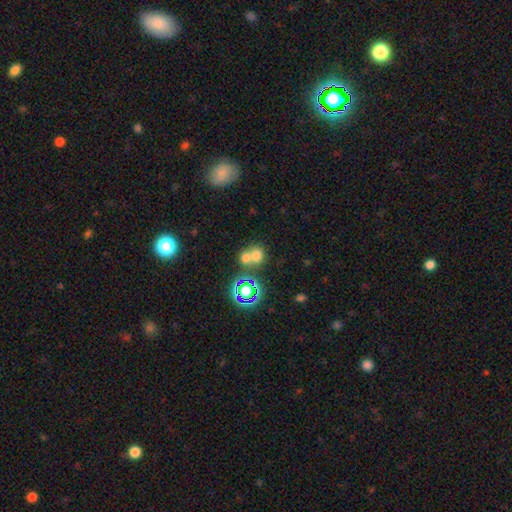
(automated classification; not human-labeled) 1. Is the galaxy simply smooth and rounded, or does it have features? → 67% smooth, 20% star or artifact, 13% featured or disk.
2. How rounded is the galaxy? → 75% round, 24% in between, 1% cigar-shaped.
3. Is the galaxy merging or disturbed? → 54% merger, 36% none, 6% minor disturbance, 4% major disturbance.